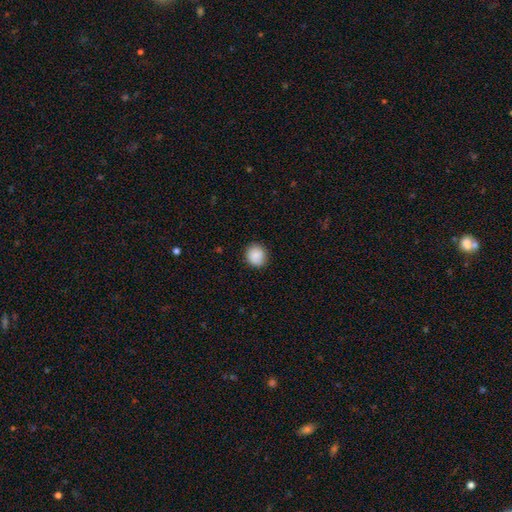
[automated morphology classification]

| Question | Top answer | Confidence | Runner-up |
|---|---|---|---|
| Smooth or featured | smooth | 87% | star or artifact (8%) |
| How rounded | round | 85% | in between (14%) |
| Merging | none | 86% | minor disturbance (10%) |